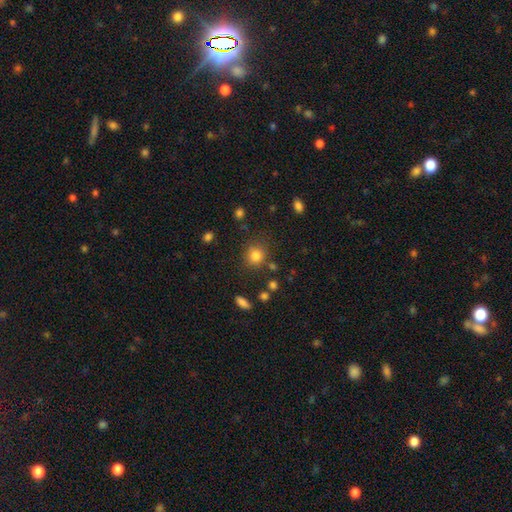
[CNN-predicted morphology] This is clearly a smooth galaxy (81%). How rounded: clearly round (81%). Merging: likely none (76%).